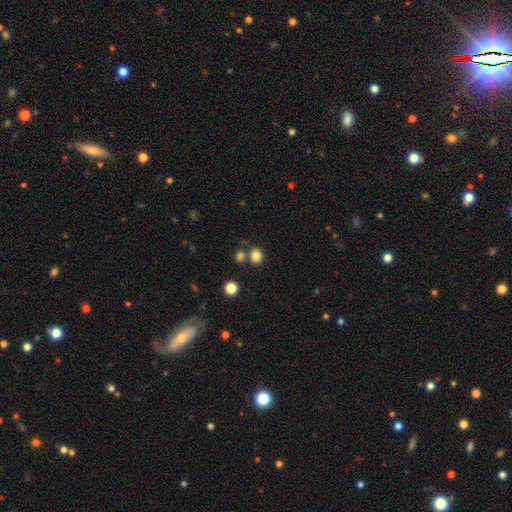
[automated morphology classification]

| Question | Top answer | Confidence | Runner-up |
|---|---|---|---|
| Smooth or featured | smooth | 83% | star or artifact (12%) |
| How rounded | round | 79% | in between (20%) |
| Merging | none | 72% | merger (16%) |